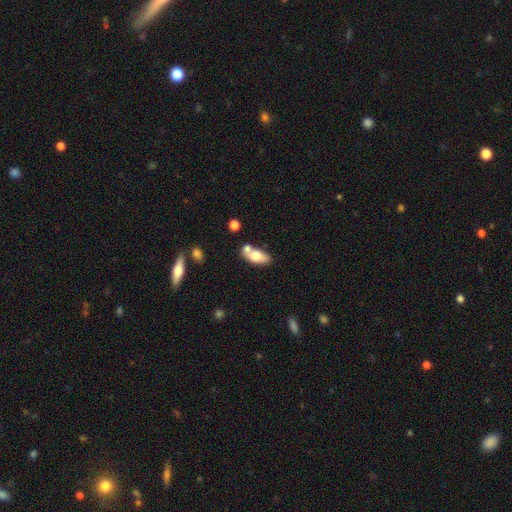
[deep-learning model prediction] smooth-or-featured: smooth: 69% | featured or disk: 23% | star or artifact: 7%
  how-rounded: in between: 86% | cigar-shaped: 9% | round: 5%
  merging: none: 50% | merger: 31% | minor disturbance: 14% | major disturbance: 5%